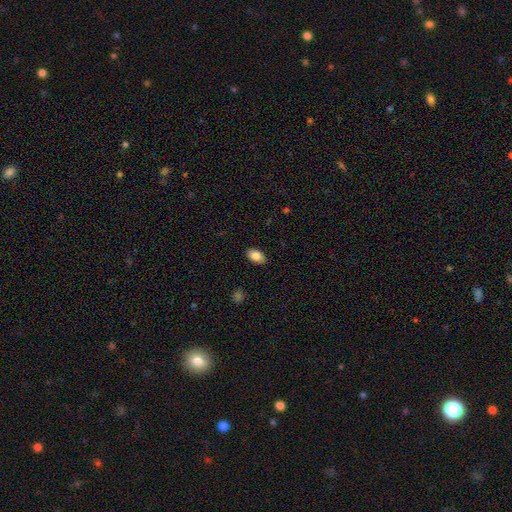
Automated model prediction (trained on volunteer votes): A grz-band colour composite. It shows a smooth galaxy with no disk features (85%) that is in between round and cigar-shaped (91%). Merging: none (88%).